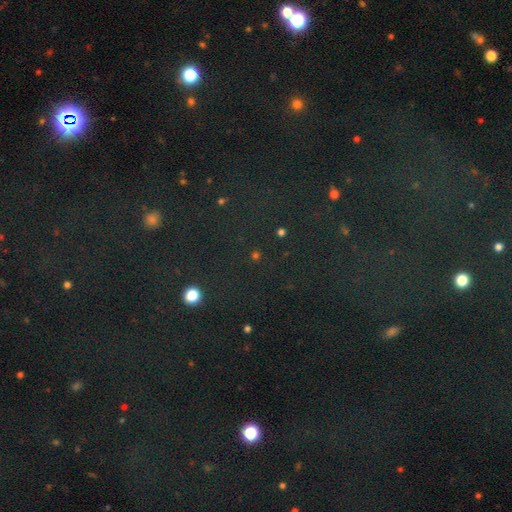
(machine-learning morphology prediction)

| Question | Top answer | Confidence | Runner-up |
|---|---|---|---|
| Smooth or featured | star or artifact | 62% | smooth (28%) |